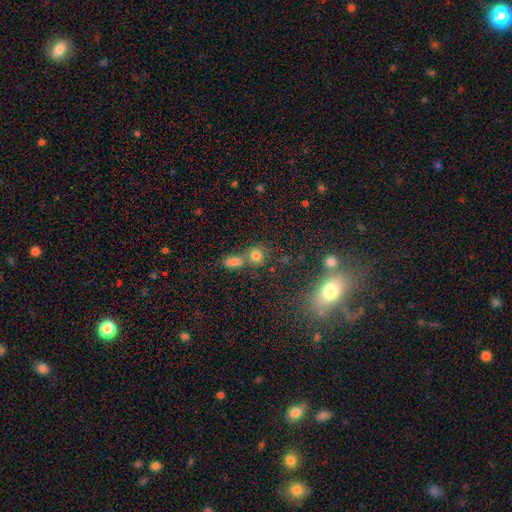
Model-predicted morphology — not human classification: Q: Smooth or featured?
A: smooth (75%); runner-up: star or artifact (16%)
Q: How rounded?
A: round (79%); runner-up: in between (19%)
Q: Merging?
A: none (55%); runner-up: merger (31%)